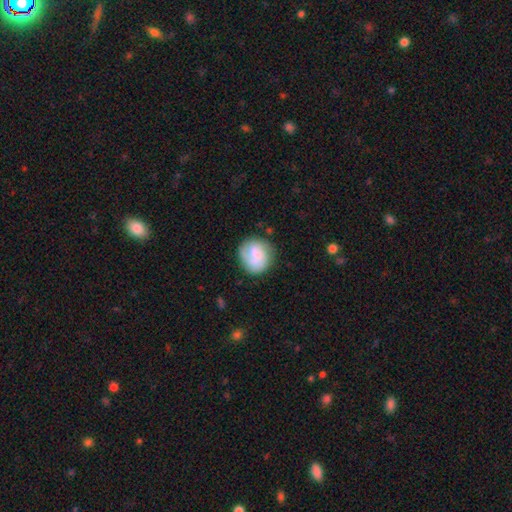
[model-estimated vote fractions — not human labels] Smooth or featured? Predicted: smooth (p=0.57). How rounded? Predicted: round (p=0.79). Merging? Predicted: none (p=0.65).